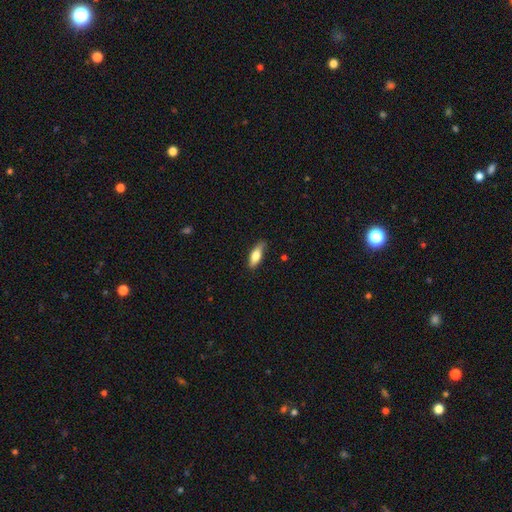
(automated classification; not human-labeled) Morphology: type=smooth (74%); roundness=in between (63%); merging=none (78%).